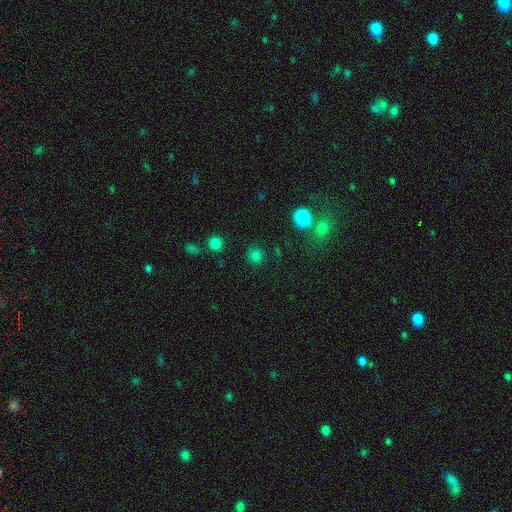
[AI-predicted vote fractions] Smooth or featured? smooth (76%)
How rounded? round (87%)
Merging? none (85%)